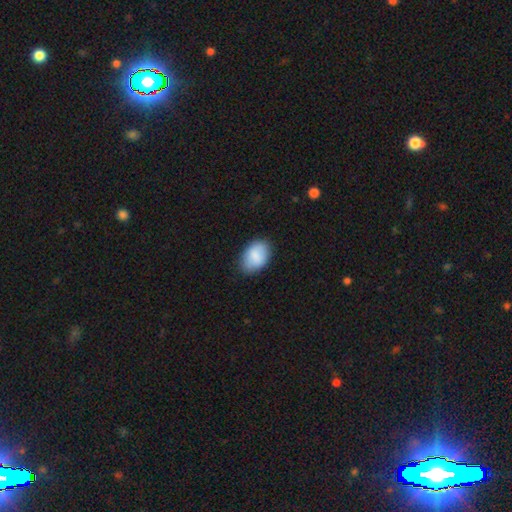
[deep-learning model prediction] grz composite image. It shows a smooth galaxy with no disk features (86%) that is in between round and cigar-shaped (88%). Merging: none (81%).